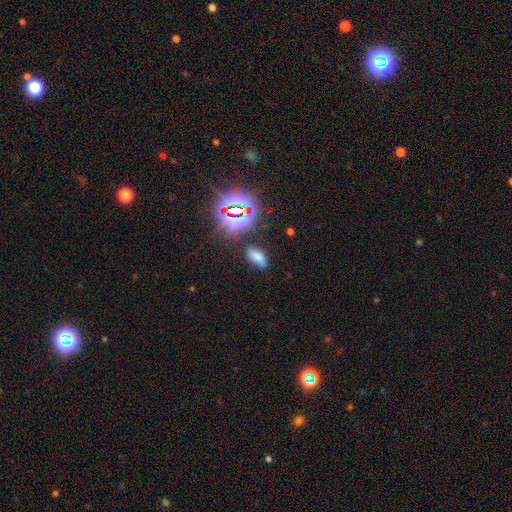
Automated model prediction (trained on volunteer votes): Overall: smooth (64%; star or artifact 28%). How rounded: in between (88%). Merging: none (79%).